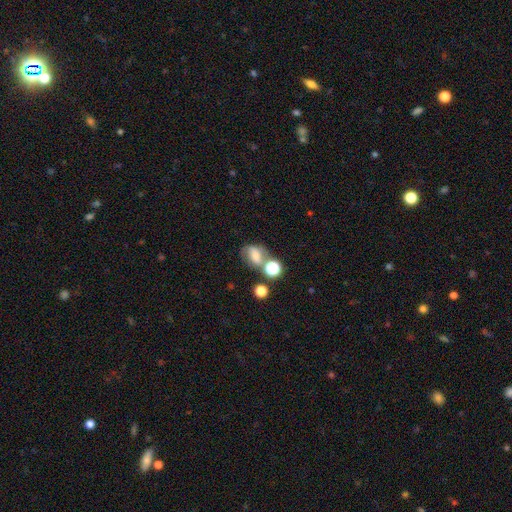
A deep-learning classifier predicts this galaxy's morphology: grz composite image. It shows a smooth galaxy with no disk features (50%) that is in between round and cigar-shaped (56%). Merging: none (45%).